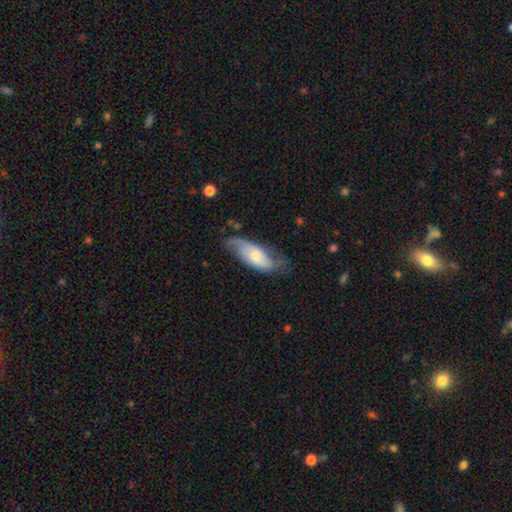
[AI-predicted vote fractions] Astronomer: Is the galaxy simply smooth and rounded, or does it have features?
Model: featured or disk — 50% (runner-up: smooth, 44%).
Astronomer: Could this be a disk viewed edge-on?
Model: no — 84%.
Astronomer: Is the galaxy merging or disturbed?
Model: none — 55% (runner-up: minor disturbance, 30%).